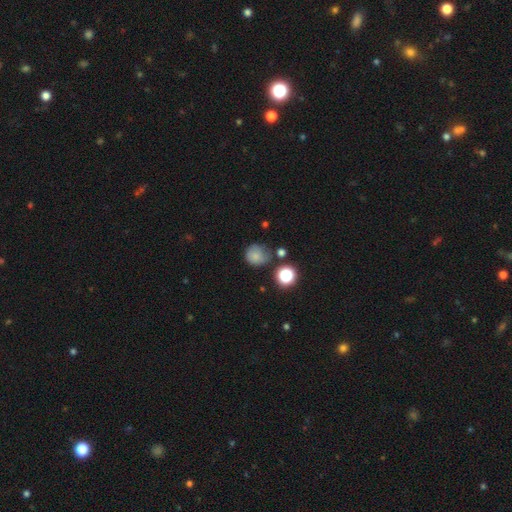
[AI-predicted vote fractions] smooth_or_featured: smooth (p=0.77) [alt: star or artifact p=0.14]
how_rounded: round (p=0.86) [alt: in between p=0.13]
merging: none (p=0.60) [alt: minor disturbance p=0.25]